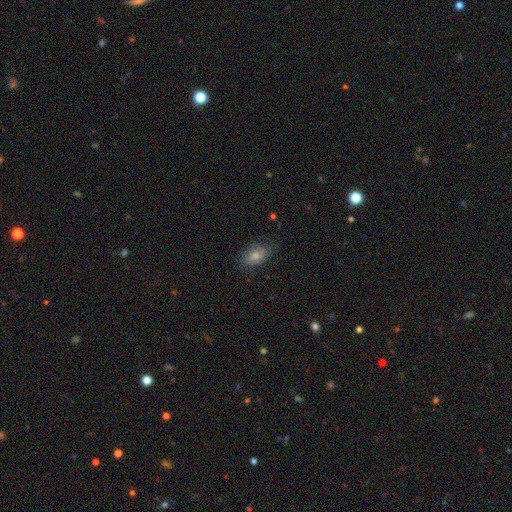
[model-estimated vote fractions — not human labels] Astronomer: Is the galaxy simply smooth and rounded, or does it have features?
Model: smooth — 69%.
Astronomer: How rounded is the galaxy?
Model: in between — 87%.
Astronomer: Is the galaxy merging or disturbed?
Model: none — 69%.